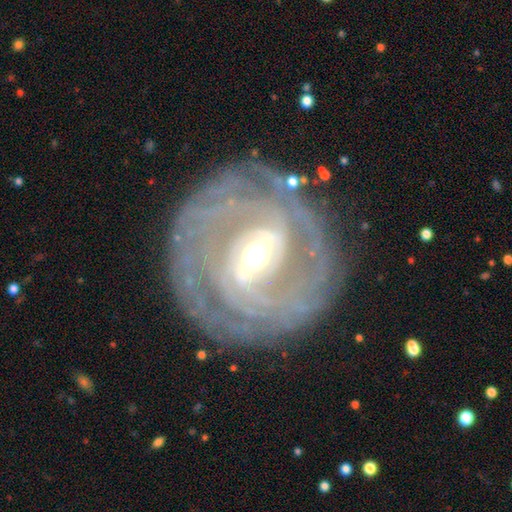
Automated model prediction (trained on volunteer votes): A featured or disk galaxy (91%) with a strong bar (65%), 2 (29%) tight (70%) spiral arms (96%) and a moderate central bulge (60%). Merging: none (75%).